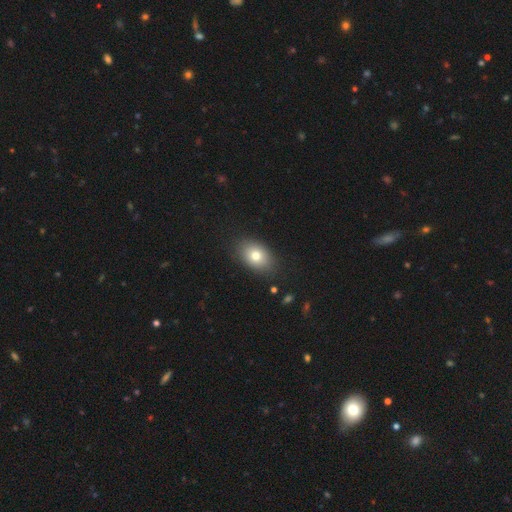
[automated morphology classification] The model was most divided on "how rounded": in between: 80%, round: 19%, cigar-shaped: 1%. More confident: merging — none (86%); smooth or featured — smooth (77%).